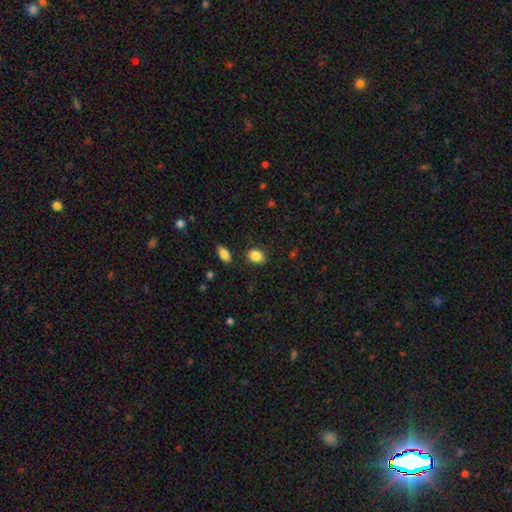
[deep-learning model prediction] This appears to be a smooth galaxy with no disk features (87%) that is in between round and cigar-shaped (69%). Merging: none (83%).